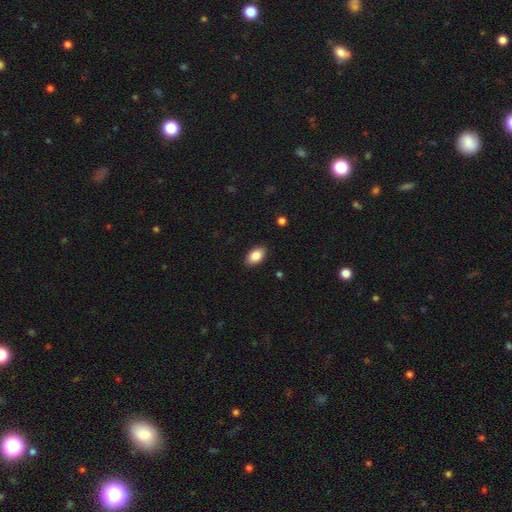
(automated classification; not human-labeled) This appears to be a smooth galaxy with no disk features (86%) that is in between round and cigar-shaped (92%). Merging: none (88%).